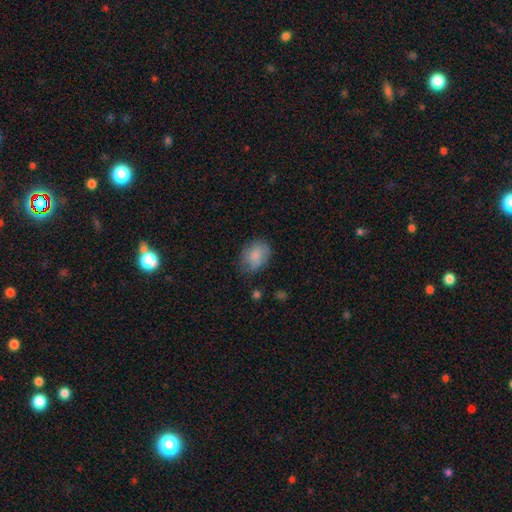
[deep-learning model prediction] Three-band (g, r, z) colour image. It shows a smooth galaxy with no disk features (82%) that is in between round and cigar-shaped (60%). Merging: none (63%).